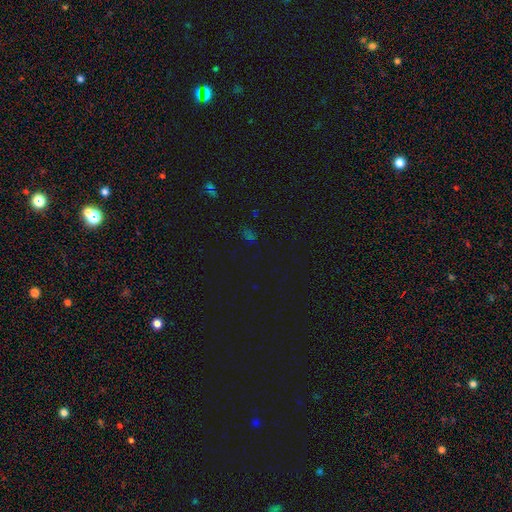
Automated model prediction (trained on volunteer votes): Overall: star or artifact (65%; smooth 28%).